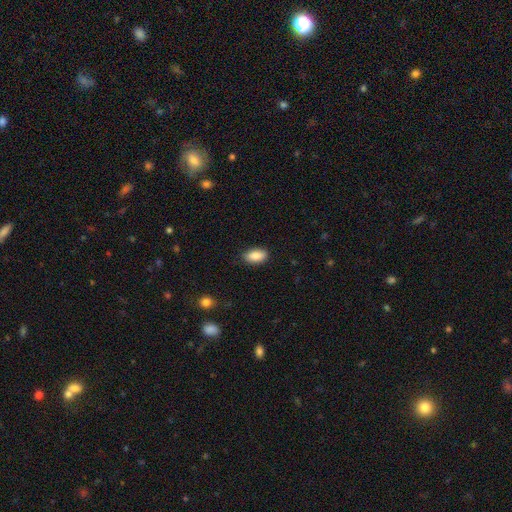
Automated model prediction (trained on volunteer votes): Smooth or featured?
  - smooth: 87% *
  - star or artifact: 7%
  - featured or disk: 6%
How rounded?
  - in between: 92% *
  - round: 4%
  - cigar-shaped: 4%
Merging?
  - none: 86% *
  - minor disturbance: 11%
  - major disturbance: 2%
  - merger: 1%